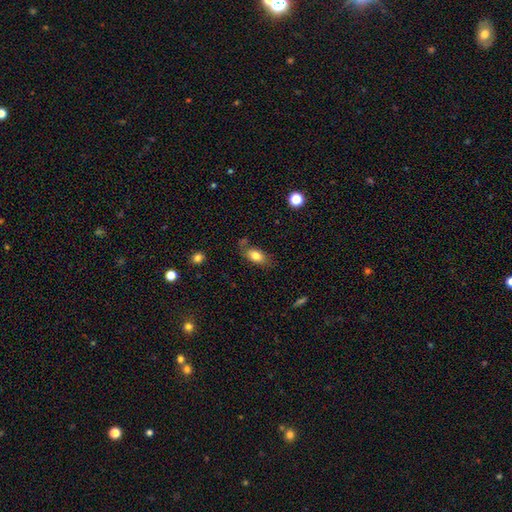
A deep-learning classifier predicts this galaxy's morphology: smooth-or-featured: smooth: 78% | featured or disk: 14% | star or artifact: 8%
  how-rounded: in between: 88% | round: 7% | cigar-shaped: 5%
  merging: none: 65% | minor disturbance: 21% | merger: 7% | major disturbance: 7%